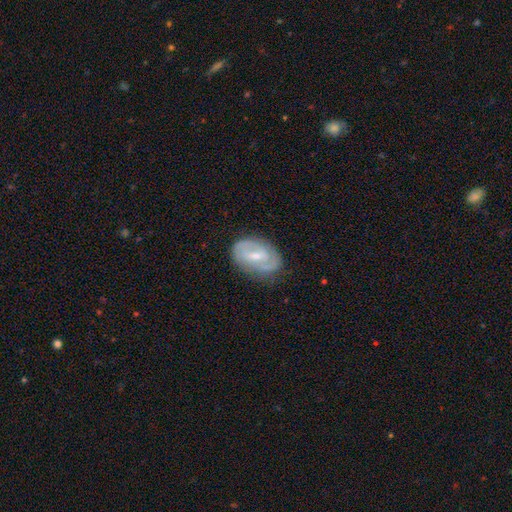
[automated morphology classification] This appears to be a featured or disk galaxy (74%) with a weak bar (50%), 2 (68%) tight (50%) spiral arms (82%) and a small central bulge (52%). Merging: none (77%).